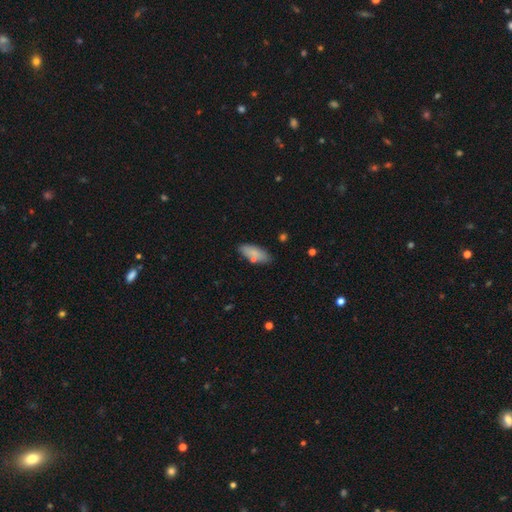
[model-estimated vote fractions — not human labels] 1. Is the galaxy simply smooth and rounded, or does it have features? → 79% smooth, 13% featured or disk, 7% star or artifact.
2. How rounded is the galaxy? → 74% in between, 23% cigar-shaped, 2% round.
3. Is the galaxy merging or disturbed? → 79% none, 13% minor disturbance, 5% merger, 3% major disturbance.